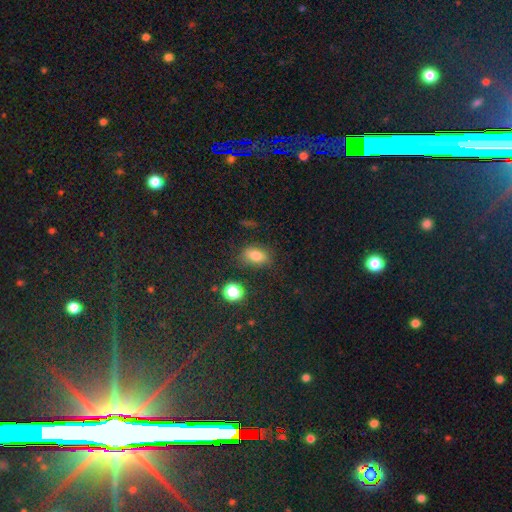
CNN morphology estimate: Overall: smooth (77%). How rounded: in between (79%). Merging: none (76%).